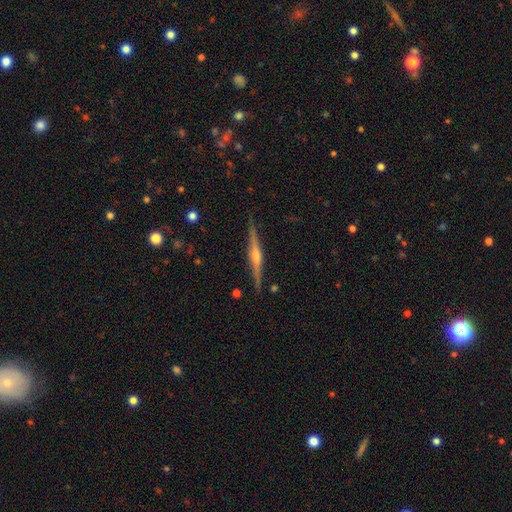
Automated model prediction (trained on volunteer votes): Overall: featured or disk (84%). Edge-on disk: yes (98%). Edge-on bulge: rounded (86%). Merging: none (91%).